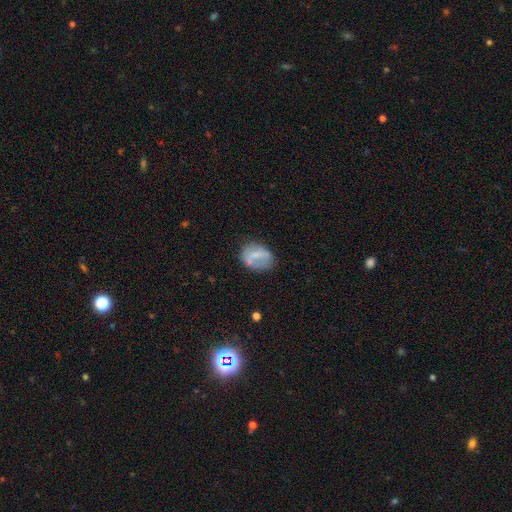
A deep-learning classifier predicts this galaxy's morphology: type=smooth (62%); roundness=in between (64%); merging=none (53%).